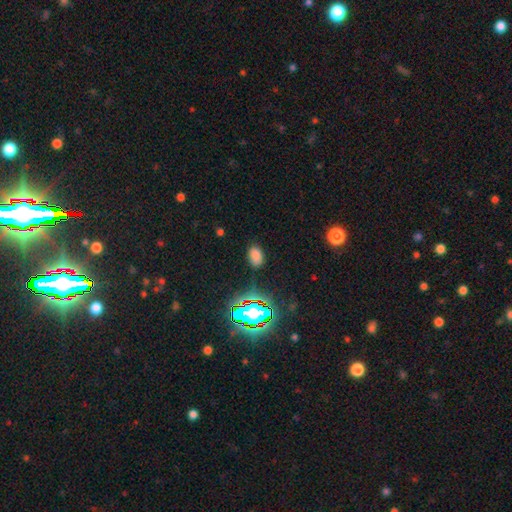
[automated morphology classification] Smooth or featured? smooth (72%)
How rounded? in between (88%)
Merging? none (83%)